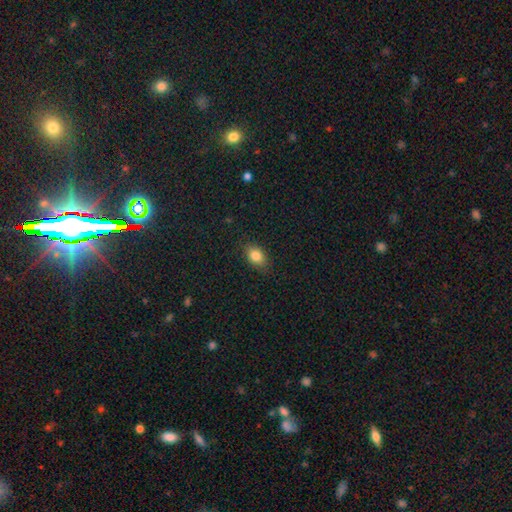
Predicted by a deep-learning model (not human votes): A smooth galaxy with no disk features (84%) that is in between round and cigar-shaped (78%). Merging: none (85%).